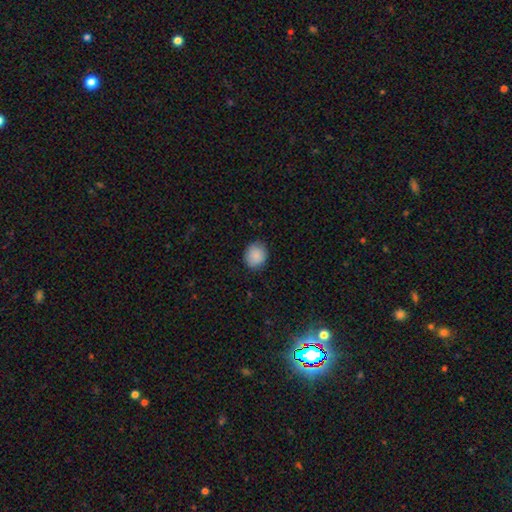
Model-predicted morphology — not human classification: A smooth galaxy with no disk features (88%) that is round (73%). Merging: none (85%).